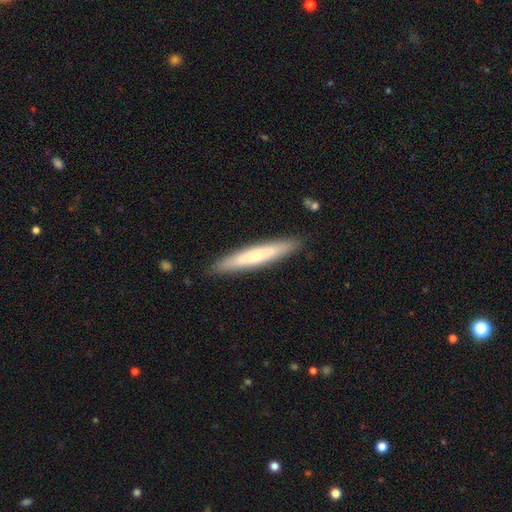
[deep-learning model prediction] Q: Smooth or featured?
A: smooth (54%); runner-up: featured or disk (41%)
Q: How rounded?
A: cigar-shaped (92%); runner-up: in between (6%)
Q: Merging?
A: none (89%); runner-up: minor disturbance (8%)